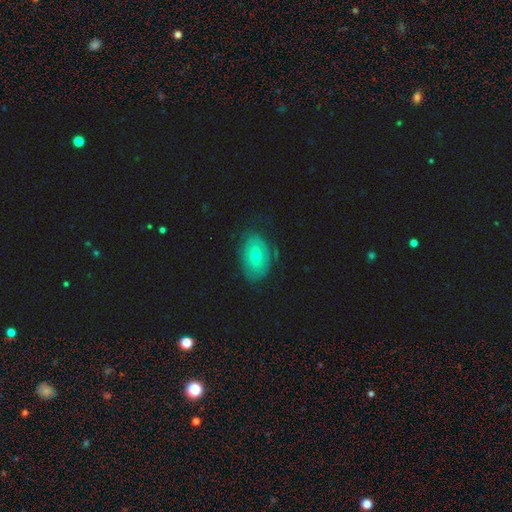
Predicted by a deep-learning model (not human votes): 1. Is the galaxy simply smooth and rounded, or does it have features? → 47% smooth, 46% featured or disk, 8% star or artifact.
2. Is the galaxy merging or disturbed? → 70% none, 21% minor disturbance, 7% major disturbance, 2% merger.